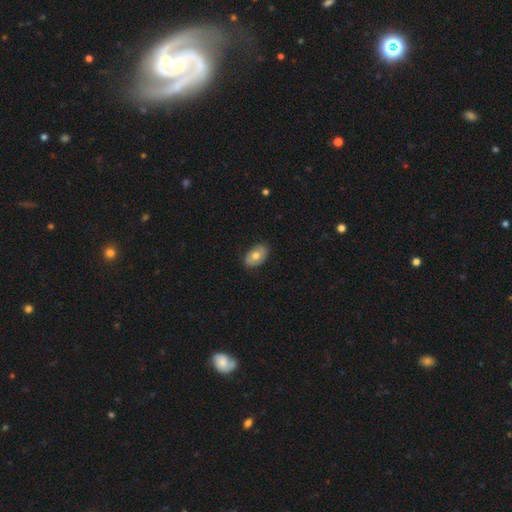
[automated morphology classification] This appears to be a smooth galaxy with no disk features (69%) that is in between round and cigar-shaped (90%). Merging: none (84%).